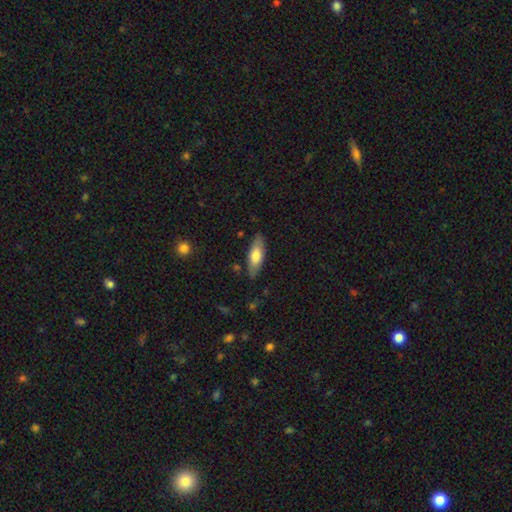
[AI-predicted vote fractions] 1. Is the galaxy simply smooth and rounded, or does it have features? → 67% smooth, 27% featured or disk, 6% star or artifact.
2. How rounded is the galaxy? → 60% in between, 38% cigar-shaped, 2% round.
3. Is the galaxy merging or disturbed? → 84% none, 12% minor disturbance, 2% major disturbance, 2% merger.